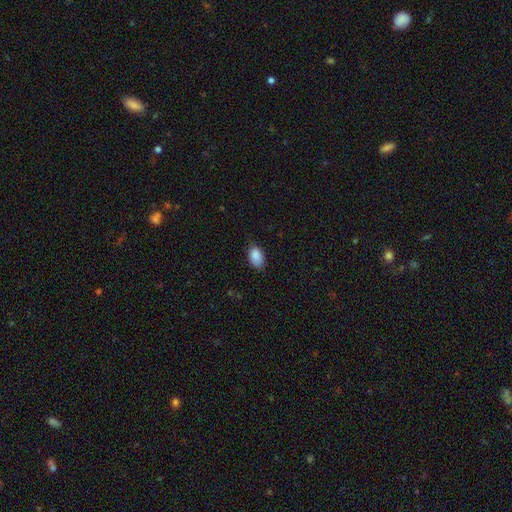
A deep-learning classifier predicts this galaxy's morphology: Q: Smooth or featured?
A: smooth (88%); runner-up: star or artifact (7%)
Q: How rounded?
A: in between (91%); runner-up: round (8%)
Q: Merging?
A: none (73%); runner-up: minor disturbance (22%)